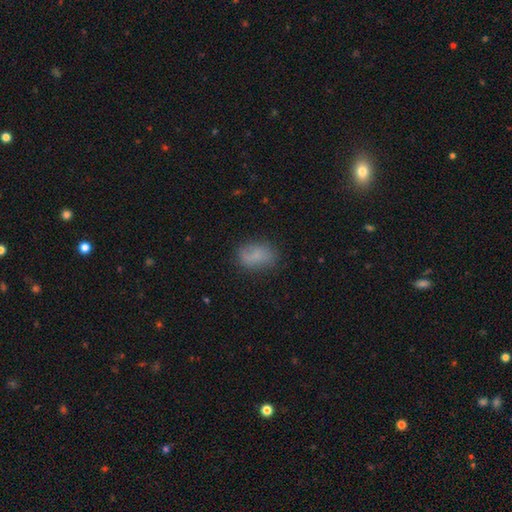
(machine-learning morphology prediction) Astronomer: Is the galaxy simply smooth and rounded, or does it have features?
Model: smooth — 75%.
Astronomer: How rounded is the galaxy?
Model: in between — 83%.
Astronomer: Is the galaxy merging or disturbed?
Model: none — 68%.